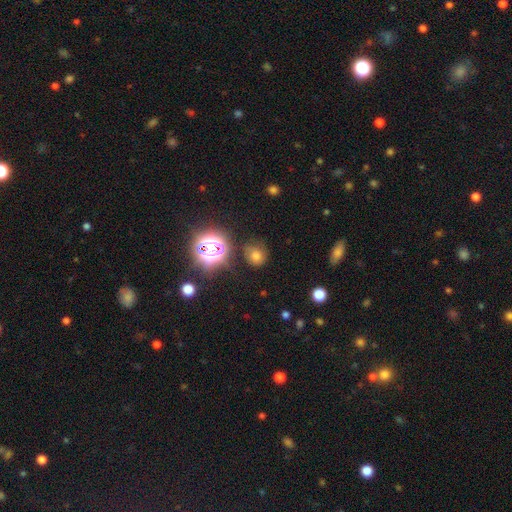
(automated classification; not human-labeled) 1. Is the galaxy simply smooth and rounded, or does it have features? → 63% smooth, 28% star or artifact, 9% featured or disk.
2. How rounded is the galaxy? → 80% round, 19% in between, 1% cigar-shaped.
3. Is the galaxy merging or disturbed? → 75% none, 15% minor disturbance, 6% major disturbance, 3% merger.